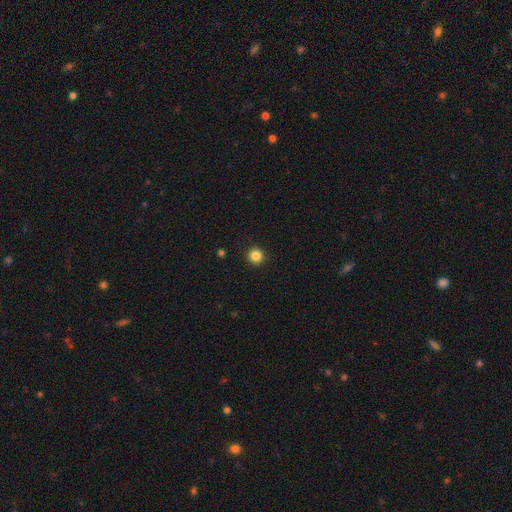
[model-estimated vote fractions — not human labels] Smooth or featured? smooth (85%)
How rounded? round (95%)
Merging? none (93%)